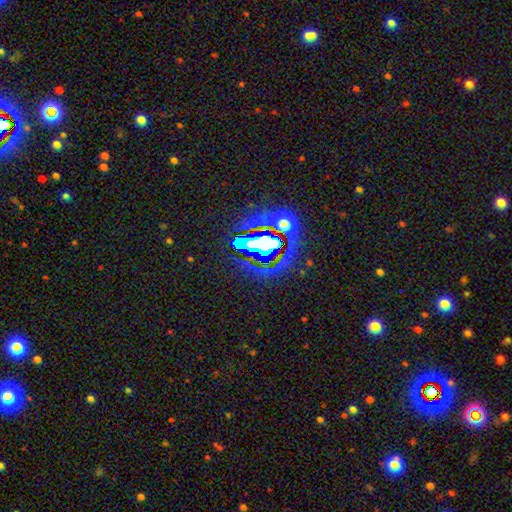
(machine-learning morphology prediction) A star or artifact, not a galaxy (76%).